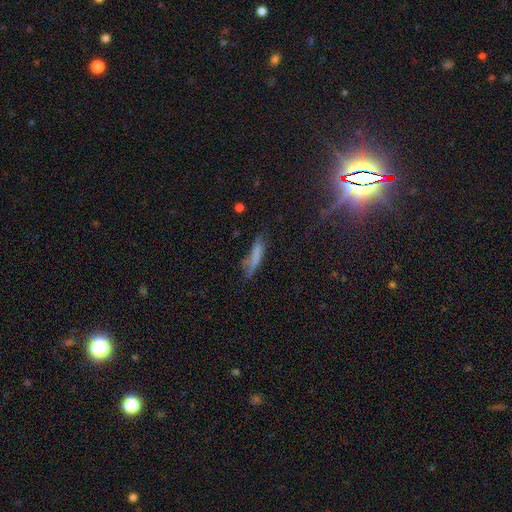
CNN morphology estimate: smooth_or_featured: smooth (p=0.69) [alt: featured or disk p=0.20]
how_rounded: cigar-shaped (p=0.82) [alt: in between p=0.16]
merging: none (p=0.57) [alt: minor disturbance p=0.28]